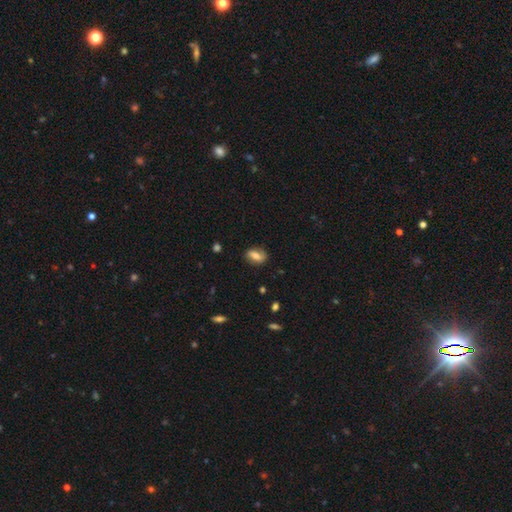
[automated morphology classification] Smooth or featured: smooth — 59% (featured or disk — 33%)
How rounded: in between — 80% (round — 15%)
Merging: none — 81% (minor disturbance — 14%)